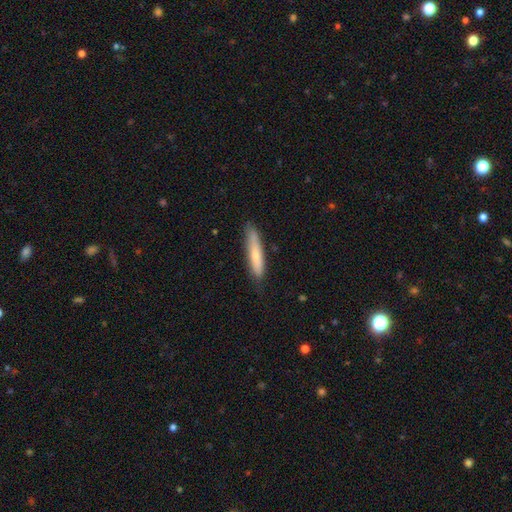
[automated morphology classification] Smooth or featured? smooth (72%)
How rounded? cigar-shaped (87%)
Merging? none (79%)